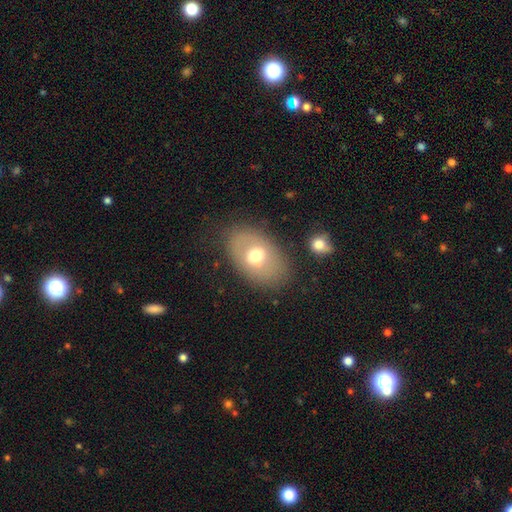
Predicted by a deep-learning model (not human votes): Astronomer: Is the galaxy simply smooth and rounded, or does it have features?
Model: smooth — 55% (runner-up: featured or disk, 36%).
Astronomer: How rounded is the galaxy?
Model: in between — 82%.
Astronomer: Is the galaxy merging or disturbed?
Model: none — 77%.